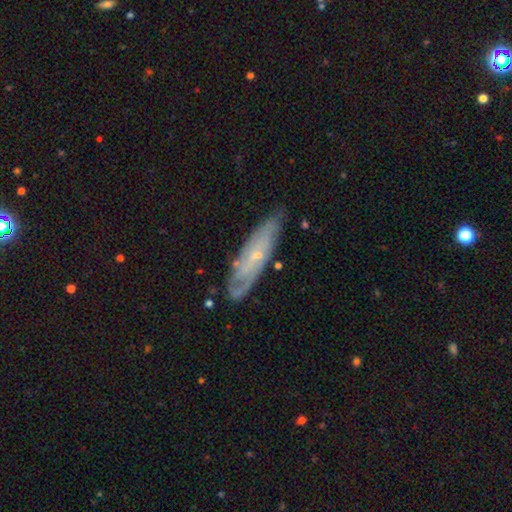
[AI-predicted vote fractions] Overall: featured or disk (72%). Edge-on disk: no (74%). Bar: no (68%). Spiral arms: yes (83%). Bulge size: small (79%). Merging: none (73%).